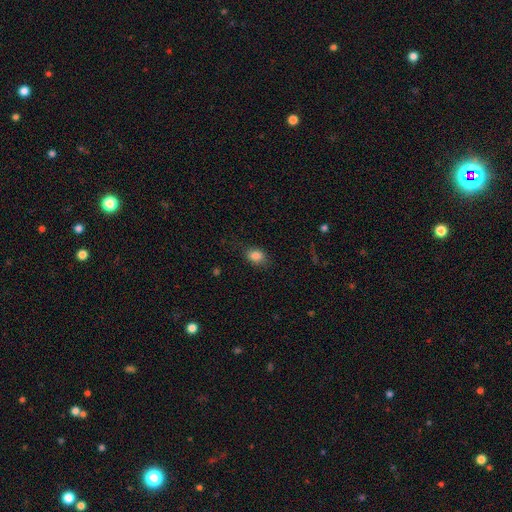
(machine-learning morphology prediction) The model was most divided on "how rounded": in between: 73%, round: 25%, cigar-shaped: 2%. More confident: smooth or featured — smooth (84%); merging — none (76%).